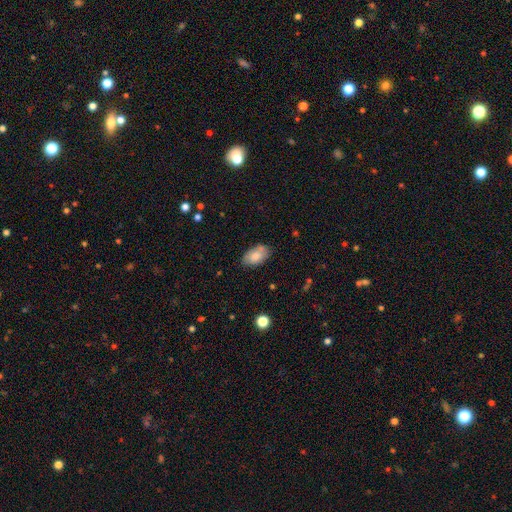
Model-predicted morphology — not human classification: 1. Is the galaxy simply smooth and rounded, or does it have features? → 78% smooth, 15% featured or disk, 7% star or artifact.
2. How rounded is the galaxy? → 94% in between, 5% round, 2% cigar-shaped.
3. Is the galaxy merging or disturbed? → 72% none, 20% minor disturbance, 4% major disturbance, 3% merger.